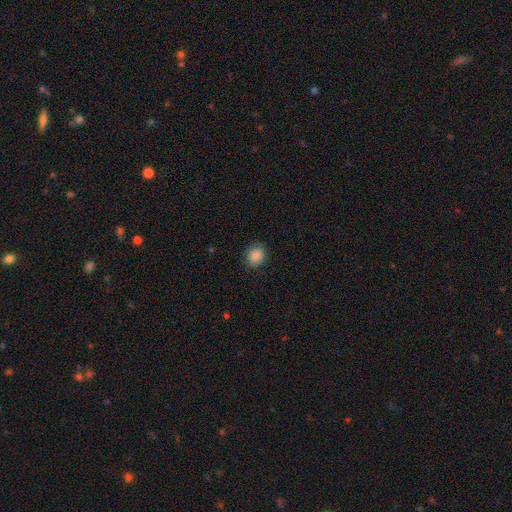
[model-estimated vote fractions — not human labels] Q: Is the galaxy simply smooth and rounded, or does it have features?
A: smooth — 87%.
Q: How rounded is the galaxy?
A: round — 70%.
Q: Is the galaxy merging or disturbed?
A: none — 87%.